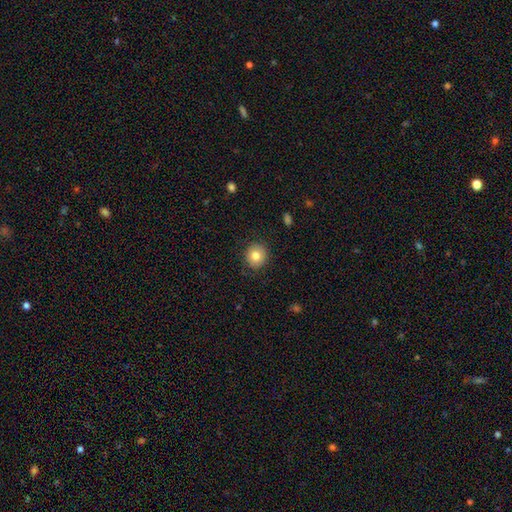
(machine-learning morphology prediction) Q: Smooth or featured?
A: smooth (81%); runner-up: featured or disk (10%)
Q: How rounded?
A: round (86%); runner-up: in between (13%)
Q: Merging?
A: none (88%); runner-up: minor disturbance (8%)